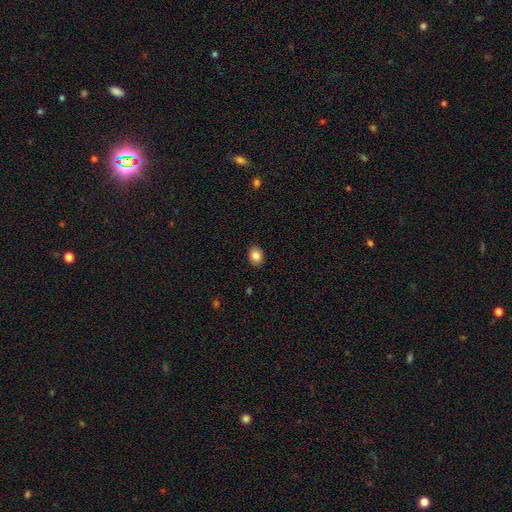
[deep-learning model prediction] smooth_or_featured: smooth (p=0.86) [alt: star or artifact p=0.09]
how_rounded: in between (p=0.50) [alt: round p=0.49]
merging: none (p=0.90) [alt: minor disturbance p=0.07]